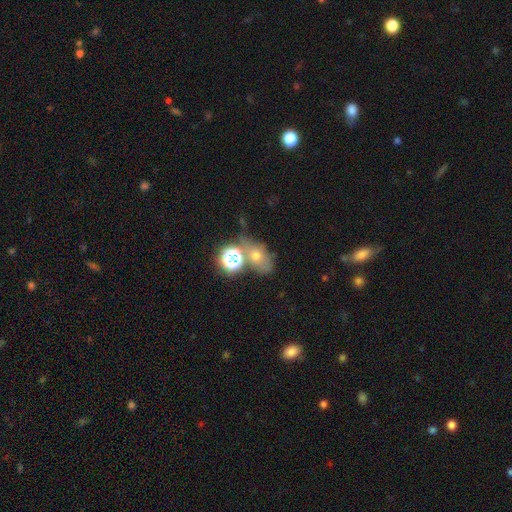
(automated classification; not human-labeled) Morphology: type=smooth (43%); merging=none (45%).